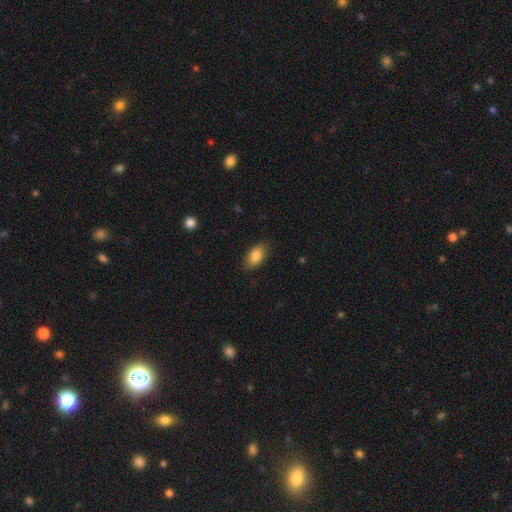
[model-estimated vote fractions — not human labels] Q: Smooth or featured?
A: smooth (84%); runner-up: featured or disk (9%)
Q: How rounded?
A: in between (91%); runner-up: round (6%)
Q: Merging?
A: none (83%); runner-up: minor disturbance (13%)